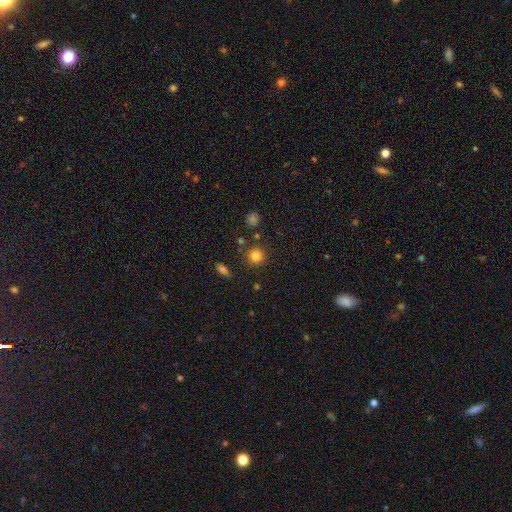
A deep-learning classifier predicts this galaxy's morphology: type=smooth (82%); roundness=round (92%); merging=none (84%).